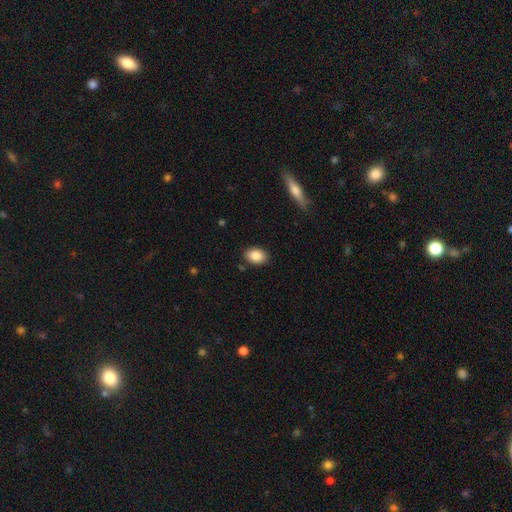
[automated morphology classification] Q: Smooth or featured?
A: smooth (86%); runner-up: star or artifact (8%)
Q: How rounded?
A: in between (80%); runner-up: round (19%)
Q: Merging?
A: none (88%); runner-up: minor disturbance (9%)